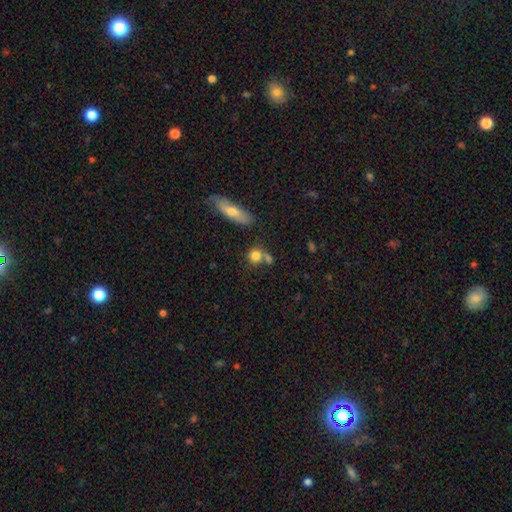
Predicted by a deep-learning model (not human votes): A smooth galaxy with no disk features (80%) that is round (77%). Merging: none (54%).